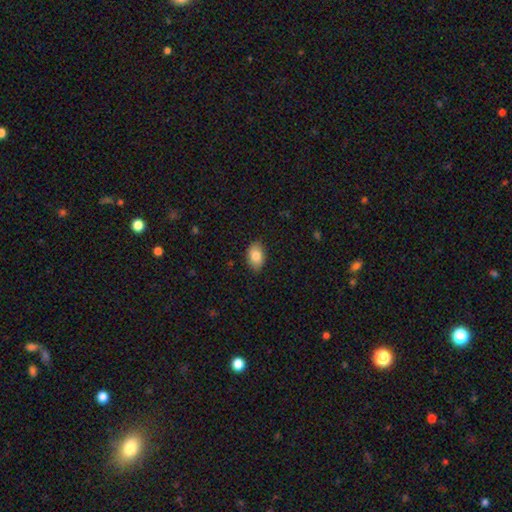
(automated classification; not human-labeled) A smooth galaxy with no disk features (83%) that is in between round and cigar-shaped (89%). Merging: none (85%).